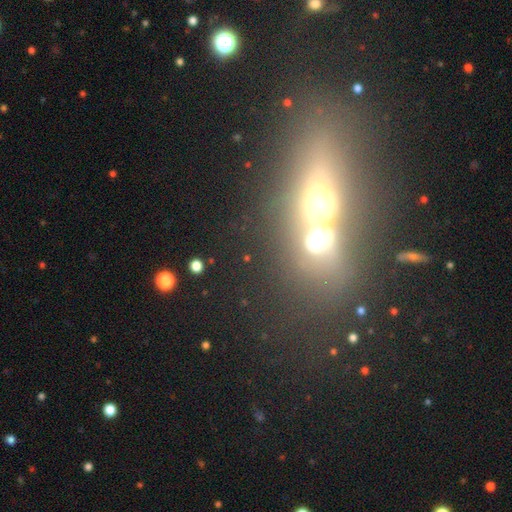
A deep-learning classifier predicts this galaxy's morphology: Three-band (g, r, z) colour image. It shows a smooth galaxy with no disk features (42%). Merging: merger (60%).